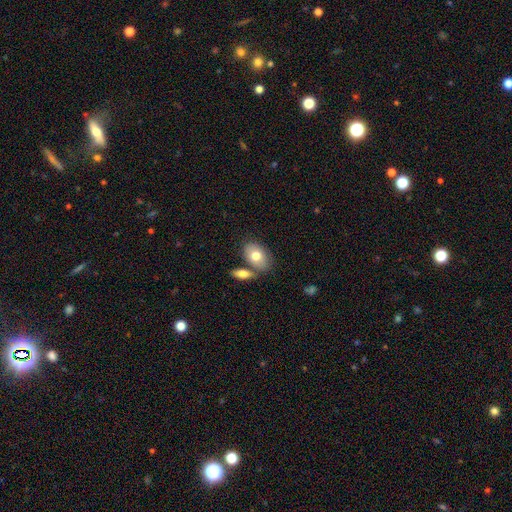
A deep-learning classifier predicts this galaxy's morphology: smooth-or-featured: smooth: 75% | featured or disk: 19% | star or artifact: 6%
  how-rounded: in between: 87% | round: 11% | cigar-shaped: 2%
  merging: none: 58% | merger: 27% | minor disturbance: 12% | major disturbance: 3%